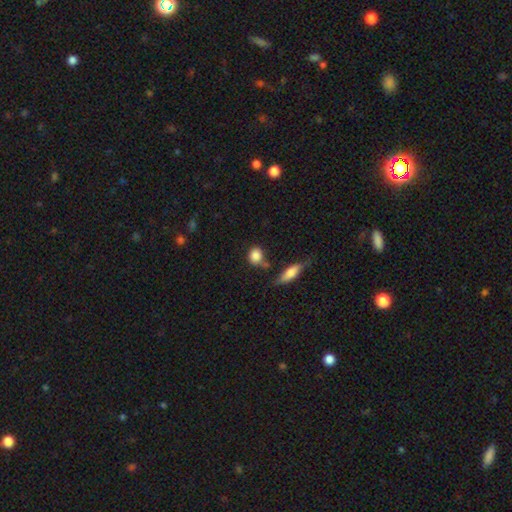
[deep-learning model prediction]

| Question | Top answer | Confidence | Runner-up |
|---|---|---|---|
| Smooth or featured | smooth | 84% | star or artifact (9%) |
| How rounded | round | 66% | in between (31%) |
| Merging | none | 63% | minor disturbance (17%) |